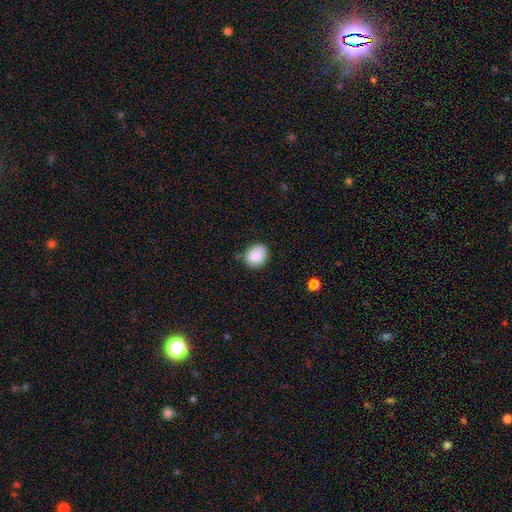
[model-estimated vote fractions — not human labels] The model was most divided on "how rounded": round: 56%, in between: 43%, cigar-shaped: 1%. More confident: smooth or featured — smooth (85%); merging — none (70%).